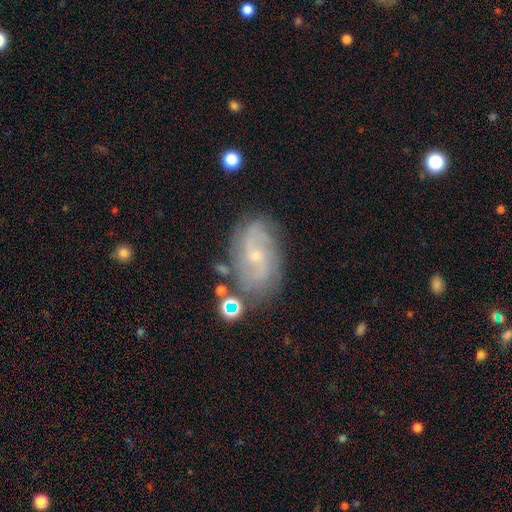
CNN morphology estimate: A featured or disk galaxy (79%) with no bar (58%), 2 (44%) medium (42%) spiral arms (93%) and a small central bulge (73%).

Vote fractions:
- Smooth or featured? featured or disk: 79% / smooth: 13% / star or artifact: 8%
- Edge-on disk? no: 96% / yes: 4%
- Bar? no: 58% / weak: 35% / strong: 7%
- Spiral arms? yes: 93% / no: 7%
- Spiral winding? medium: 42% / tight: 40% / loose: 19%
- Spiral arm count? 2: 44% / can't tell: 28% / 3: 14% / 4: 6% / 1: 4% / more than 4: 4%
- Bulge size? small: 73% / moderate: 23% / none: 2% / large: 1% / dominant: 1%
- Merging? none: 71% / minor disturbance: 18% / major disturbance: 6% / merger: 5%